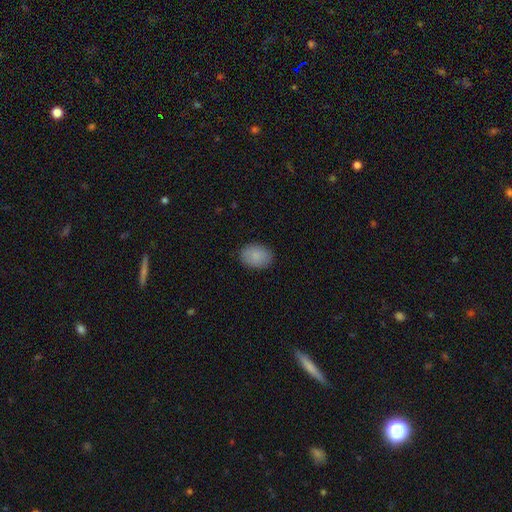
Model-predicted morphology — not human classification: A smooth galaxy with no disk features (88%) that is in between round and cigar-shaped (75%). Merging: none (88%).